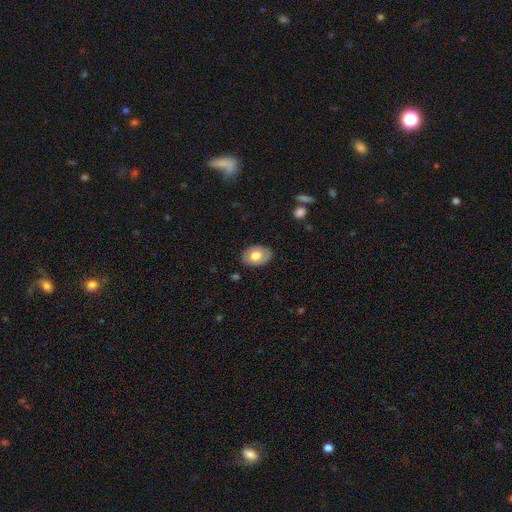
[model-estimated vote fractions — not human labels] Smooth or featured? Predicted: smooth (p=0.73). How rounded? Predicted: in between (p=0.82). Merging? Predicted: none (p=0.84).